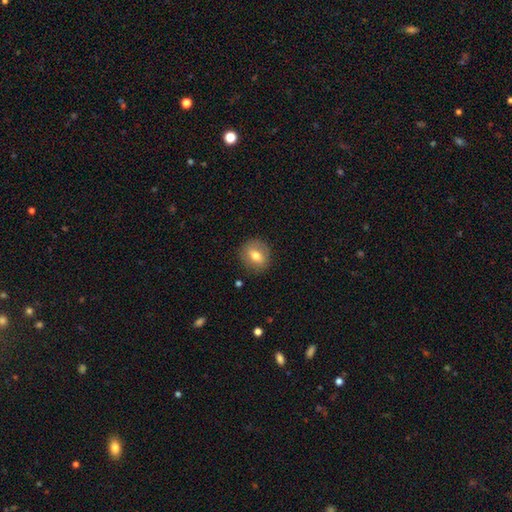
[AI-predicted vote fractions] smooth_or_featured: smooth (p=0.63) [alt: featured or disk p=0.29]
how_rounded: round (p=0.71) [alt: in between p=0.27]
merging: none (p=0.83) [alt: minor disturbance p=0.12]